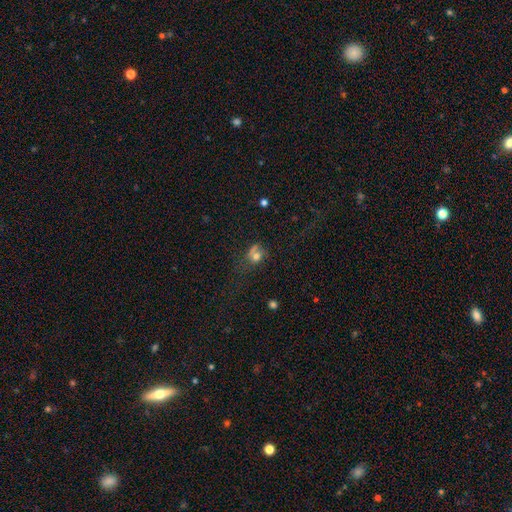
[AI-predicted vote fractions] Smooth or featured?
  - smooth: 66% *
  - featured or disk: 18%
  - star or artifact: 16%
How rounded?
  - round: 61% *
  - in between: 38%
  - cigar-shaped: 2%
Merging?
  - none: 38% *
  - major disturbance: 26%
  - minor disturbance: 23%
  - merger: 13%